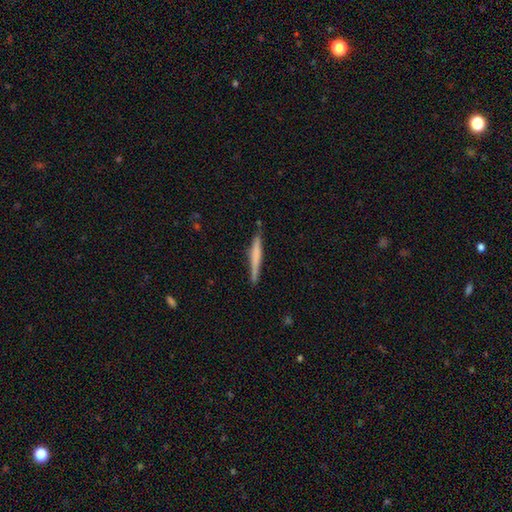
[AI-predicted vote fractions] A smooth galaxy with no disk features (53%) that is cigar-shaped (96%).

Vote fractions:
- Smooth or featured? smooth: 53% / featured or disk: 41% / star or artifact: 6%
- How rounded? cigar-shaped: 96% / in between: 3% / round: 1%
- Merging? none: 85% / minor disturbance: 12% / major disturbance: 2% / merger: 2%